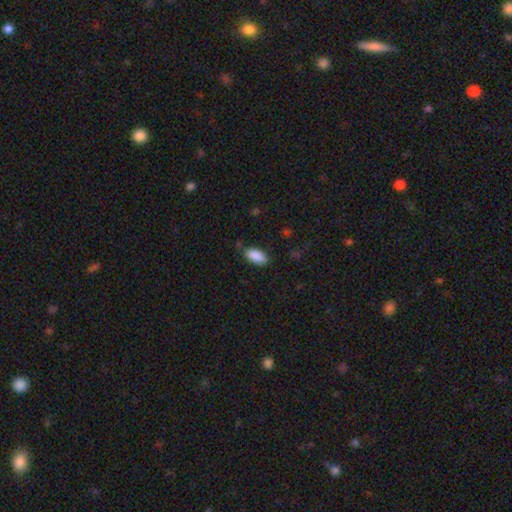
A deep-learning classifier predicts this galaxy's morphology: Smooth or featured? Predicted: smooth (p=0.89). How rounded? Predicted: in between (p=0.93). Merging? Predicted: none (p=0.77).